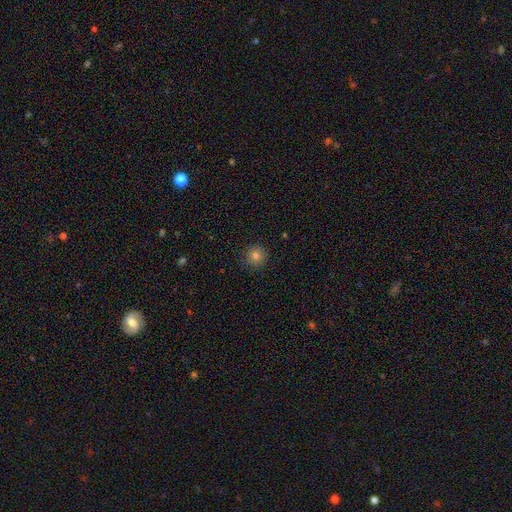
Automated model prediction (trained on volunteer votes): Smooth or featured: smooth — 79% (star or artifact — 14%)
How rounded: round — 94% (in between — 5%)
Merging: none — 89% (minor disturbance — 8%)